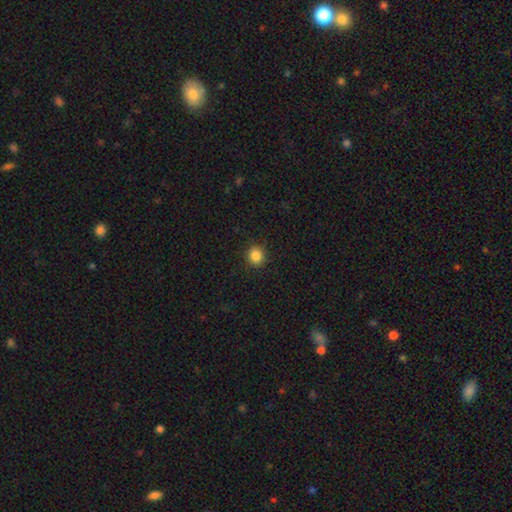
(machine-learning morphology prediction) Smooth or featured? Predicted: smooth (p=0.86). How rounded? Predicted: round (p=0.84). Merging? Predicted: none (p=0.91).